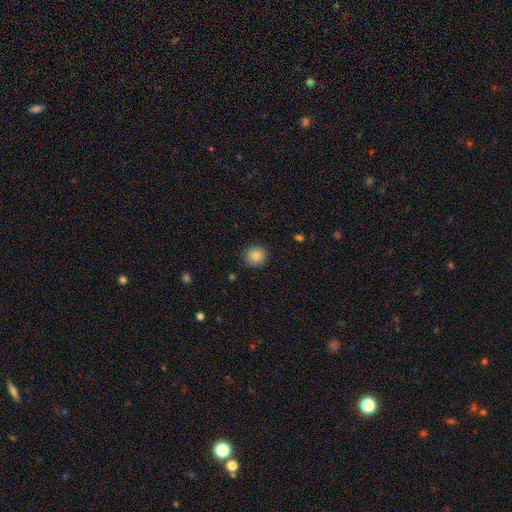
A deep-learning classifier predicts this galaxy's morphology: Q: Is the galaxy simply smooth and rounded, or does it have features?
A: smooth — 86%.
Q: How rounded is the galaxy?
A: round — 91%.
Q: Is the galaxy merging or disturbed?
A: none — 89%.